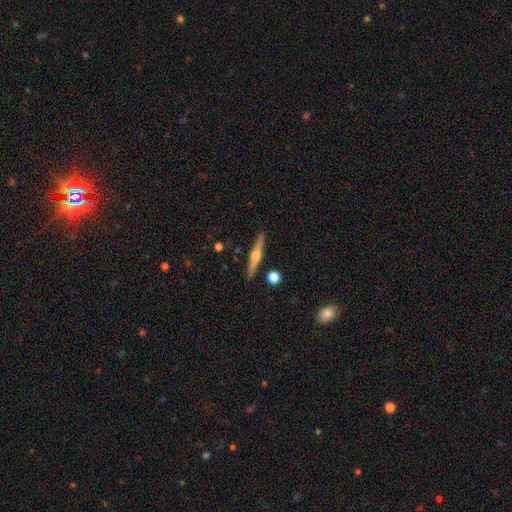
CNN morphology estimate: This appears to be a featured or disk galaxy (72%) viewed edge-on (98%) with a rounded central bulge (90%). Merging: none (90%).